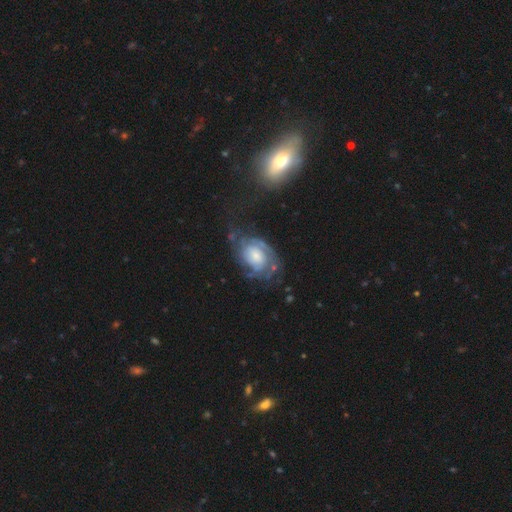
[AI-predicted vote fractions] A featured or disk galaxy (79%) with no bar (70%), 2 (36%) tight (55%) spiral arms (91%) and a small central bulge (35%, tied with moderate). Merging: none (54%).